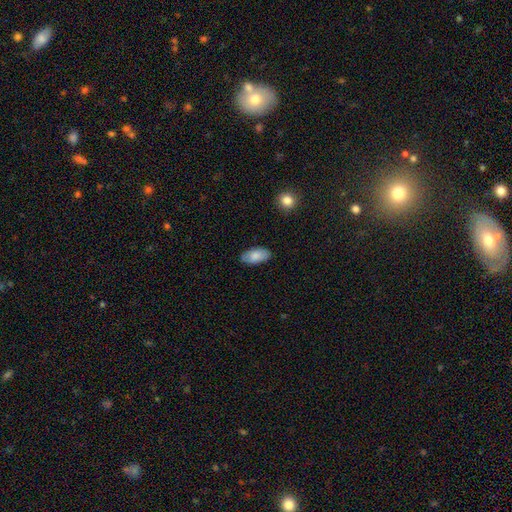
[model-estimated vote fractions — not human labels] Smooth or featured?
  - smooth: 83% *
  - featured or disk: 11%
  - star or artifact: 6%
How rounded?
  - in between: 94% *
  - cigar-shaped: 4%
  - round: 3%
Merging?
  - none: 84% *
  - minor disturbance: 12%
  - major disturbance: 2%
  - merger: 1%